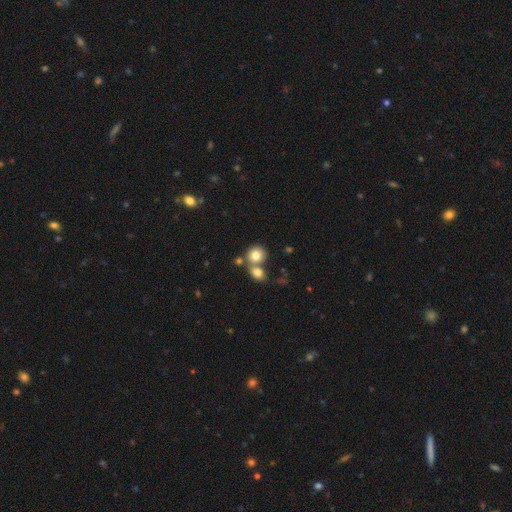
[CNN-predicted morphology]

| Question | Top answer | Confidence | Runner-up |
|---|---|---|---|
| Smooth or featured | smooth | 79% | featured or disk (11%) |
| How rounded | round | 80% | in between (19%) |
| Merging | none | 46% | merger (43%) |